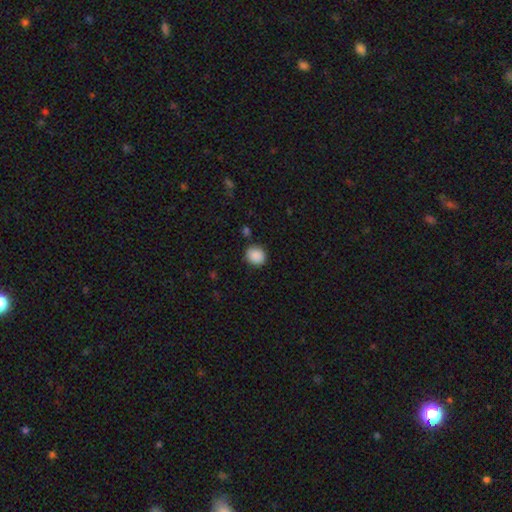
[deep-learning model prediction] Q: Smooth or featured?
A: smooth (89%); runner-up: star or artifact (8%)
Q: How rounded?
A: round (79%); runner-up: in between (20%)
Q: Merging?
A: none (85%); runner-up: minor disturbance (10%)